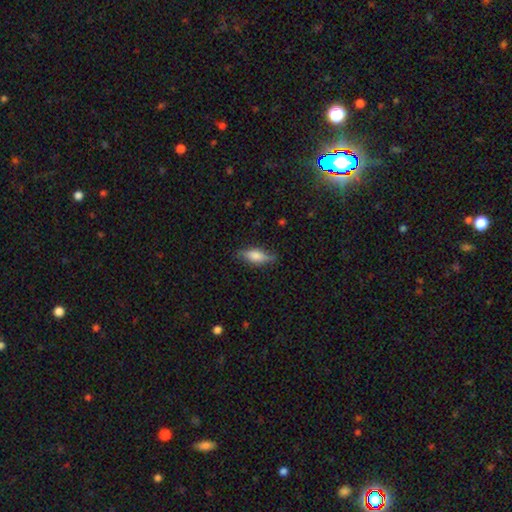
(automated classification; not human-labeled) Smooth or featured: smooth — 64% (featured or disk — 29%)
How rounded: in between — 63% (cigar-shaped — 34%)
Merging: none — 73% (minor disturbance — 21%)